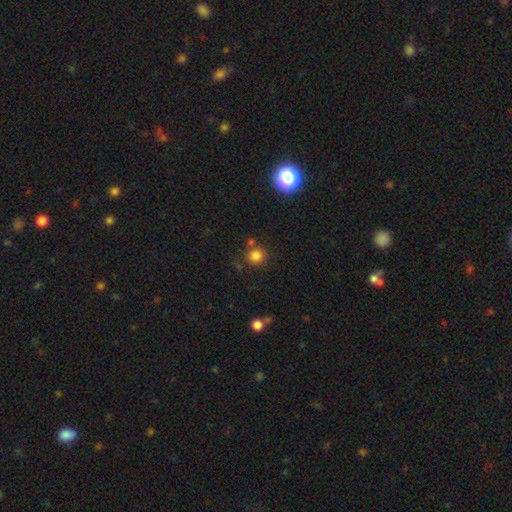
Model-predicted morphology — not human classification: smooth 80%, star or artifact 14%, featured or disk 5%. Down the decision tree: how rounded — round (91%); merging — none (77%).